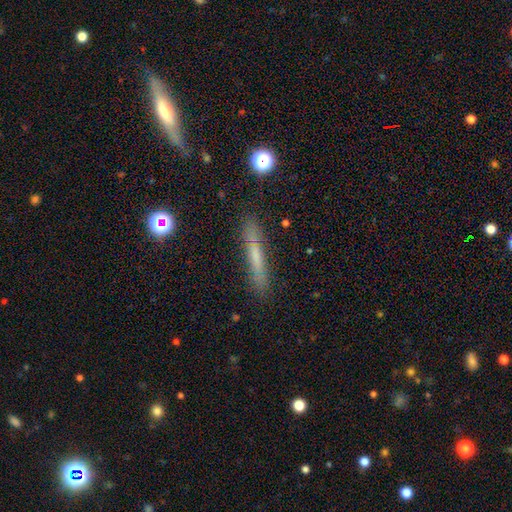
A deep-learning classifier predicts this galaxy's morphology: Q: Smooth or featured?
A: smooth (54%); runner-up: featured or disk (35%)
Q: How rounded?
A: cigar-shaped (93%); runner-up: in between (5%)
Q: Merging?
A: none (84%); runner-up: minor disturbance (11%)